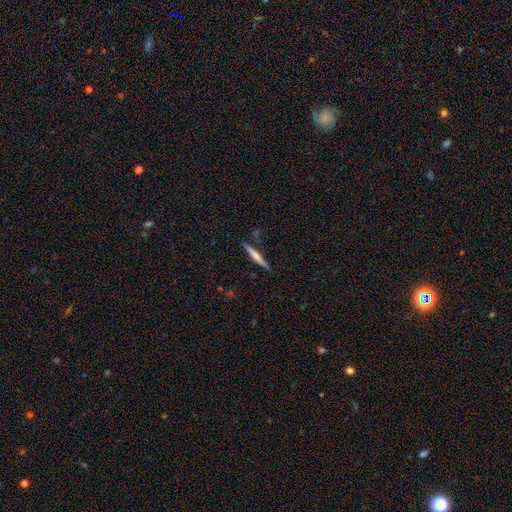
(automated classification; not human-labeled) A smooth galaxy with no disk features (50%) that is cigar-shaped (95%). Merging: none (86%).